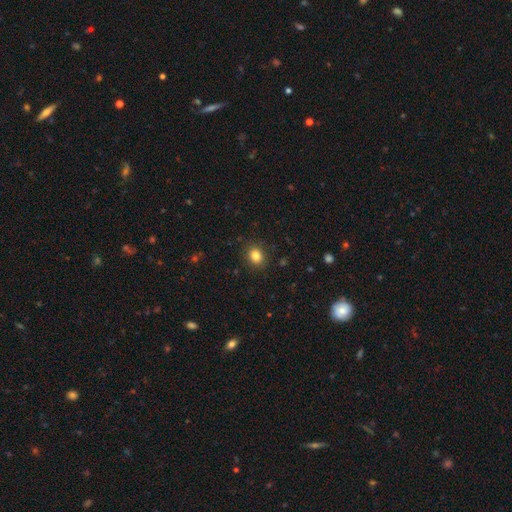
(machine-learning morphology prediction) The model was most divided on "how rounded": round: 62%, in between: 37%, cigar-shaped: 1%. More confident: merging — none (88%); smooth or featured — smooth (83%).